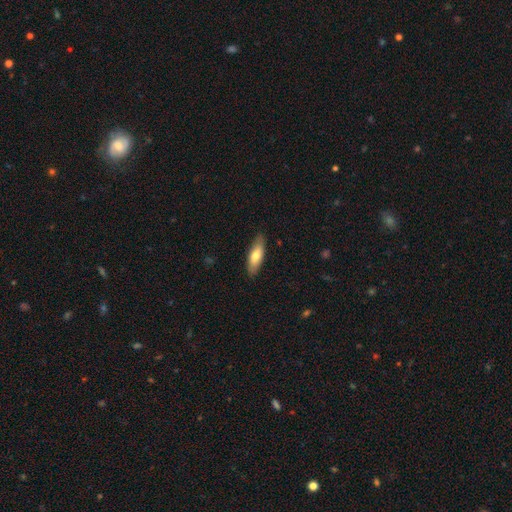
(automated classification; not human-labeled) A smooth galaxy with no disk features (71%) that is in between round and cigar-shaped (58%). Merging: none (86%).